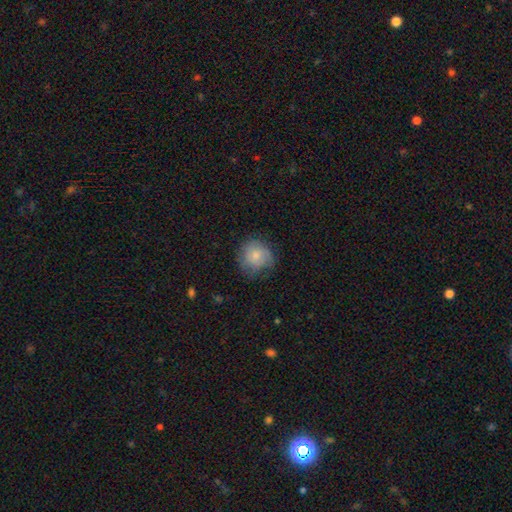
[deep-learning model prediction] smooth_or_featured: smooth (p=0.75) [alt: featured or disk p=0.17]
how_rounded: round (p=0.84) [alt: in between p=0.15]
merging: none (p=0.60) [alt: minor disturbance p=0.28]